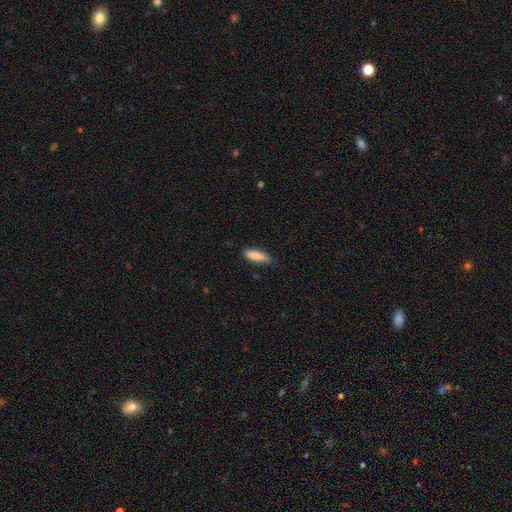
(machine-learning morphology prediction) smooth_or_featured: smooth (p=0.86) [alt: featured or disk p=0.08]
how_rounded: in between (p=0.51) [alt: cigar-shaped p=0.47]
merging: none (p=0.78) [alt: minor disturbance p=0.18]